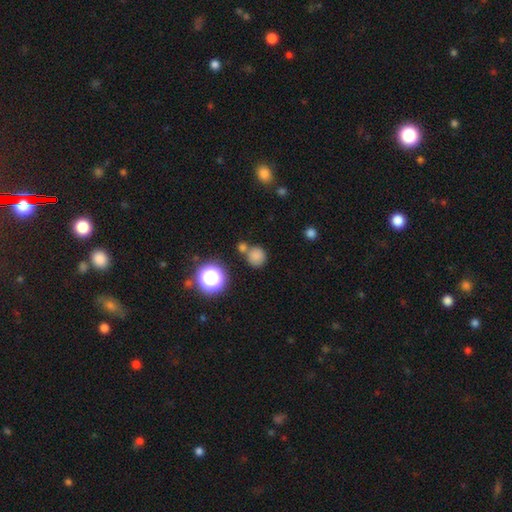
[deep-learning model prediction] Morphology: type=smooth (78%); roundness=round (89%); merging=none (63%).